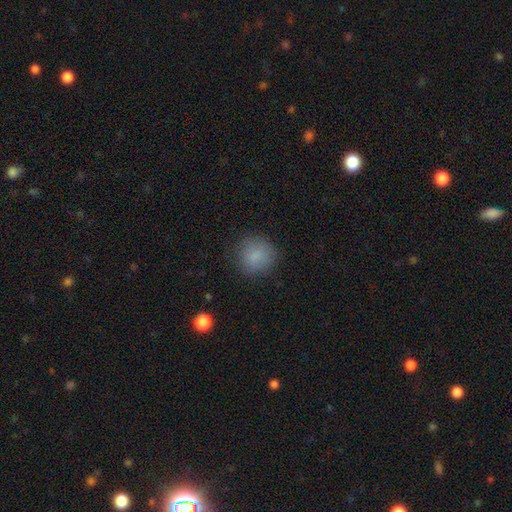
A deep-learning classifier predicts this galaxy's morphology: Q: Smooth or featured?
A: smooth (85%); runner-up: star or artifact (9%)
Q: How rounded?
A: round (90%); runner-up: in between (9%)
Q: Merging?
A: none (84%); runner-up: minor disturbance (11%)